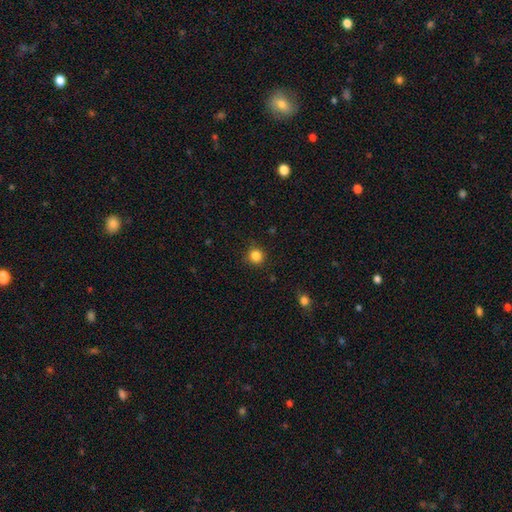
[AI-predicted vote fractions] This is clearly a smooth galaxy (84%). How rounded: clearly round (91%). Merging: clearly none (88%).